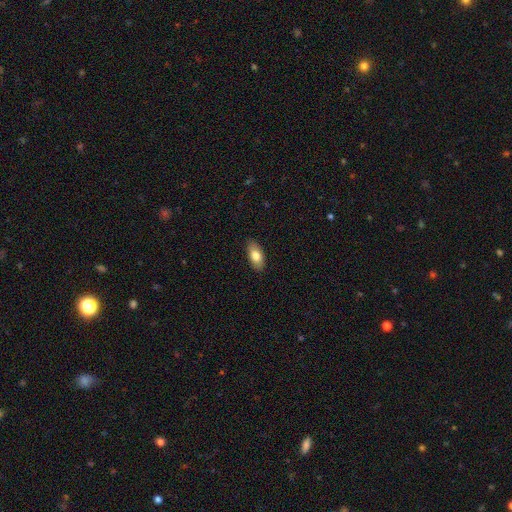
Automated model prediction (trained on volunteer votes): Morphology: type=smooth (79%); roundness=in between (90%); merging=none (88%).